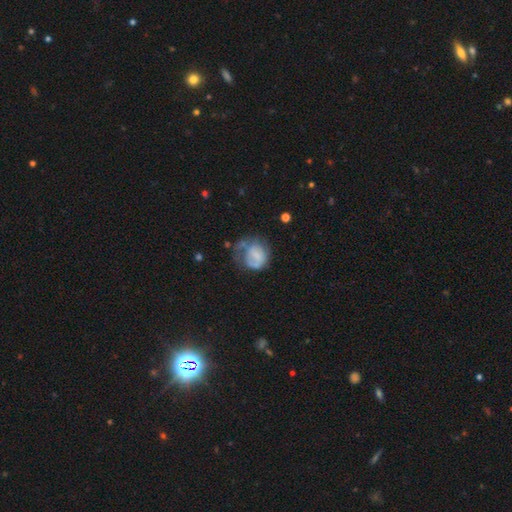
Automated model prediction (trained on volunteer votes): A smooth galaxy with no disk features (56%) that is round (66%). Merging: major disturbance (39%).